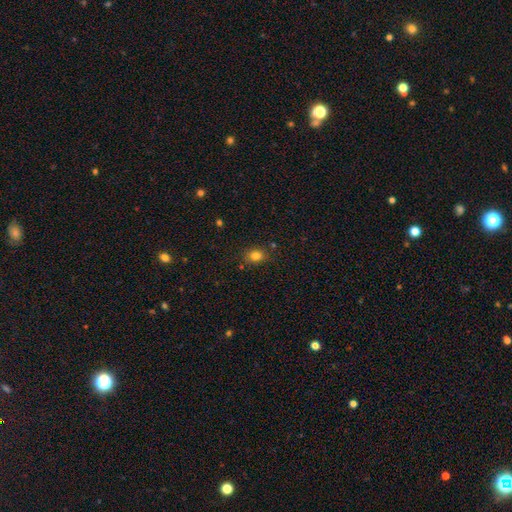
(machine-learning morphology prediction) smooth_or_featured: smooth (p=0.81) [alt: star or artifact p=0.13]
how_rounded: in between (p=0.55) [alt: round p=0.44]
merging: none (p=0.79) [alt: minor disturbance p=0.14]